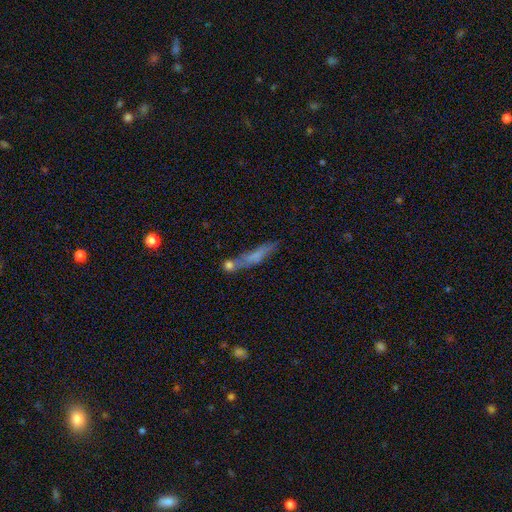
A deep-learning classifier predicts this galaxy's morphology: smooth 62%, featured or disk 28%, star or artifact 10%. Down the decision tree: how rounded — cigar-shaped (82%); merging — none (48%).